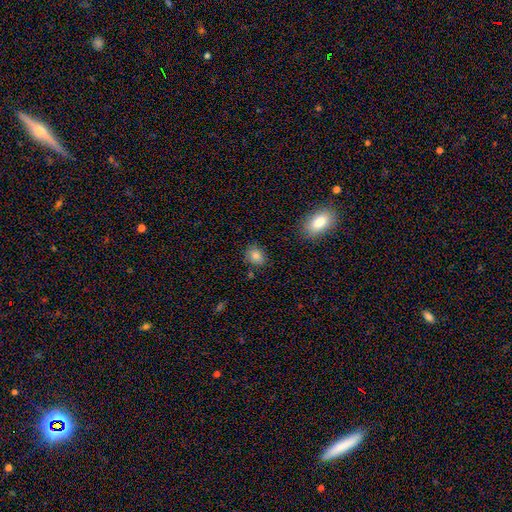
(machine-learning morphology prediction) A smooth galaxy with no disk features (83%) that is round (52%). Merging: none (80%).